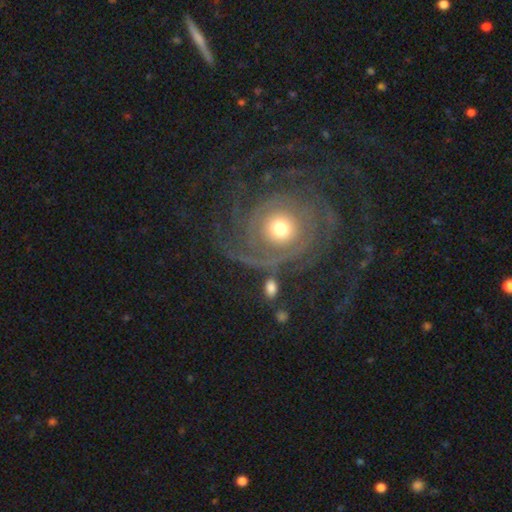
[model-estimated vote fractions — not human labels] featured or disk 86%, star or artifact 8%, smooth 7%. Down the decision tree: edge-on disk — no (97%); bar — no (79%); spiral arms — yes (96%); spiral arm count — can't tell (25%); spiral winding — tight (67%); bulge size — moderate (64%); merging — none (65%).